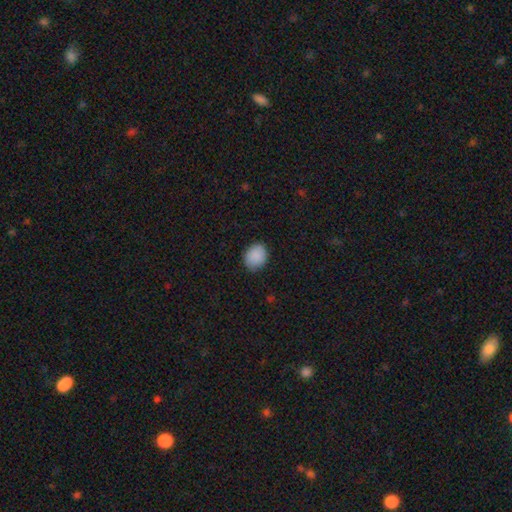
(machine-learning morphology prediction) Smooth or featured? smooth (89%)
How rounded? round (54%)
Merging? none (83%)